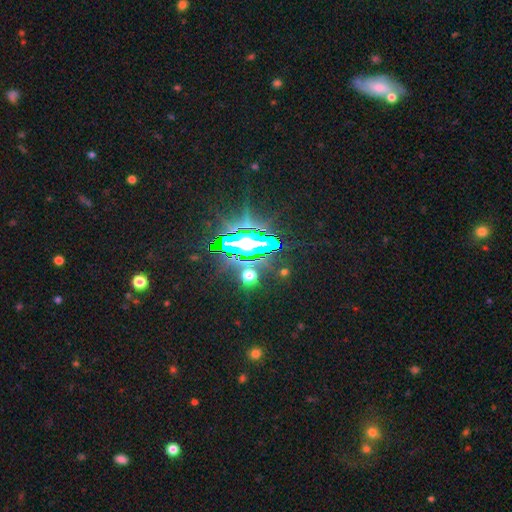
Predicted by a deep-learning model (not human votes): Smooth or featured?
  - star or artifact: 78% *
  - smooth: 12%
  - featured or disk: 10%